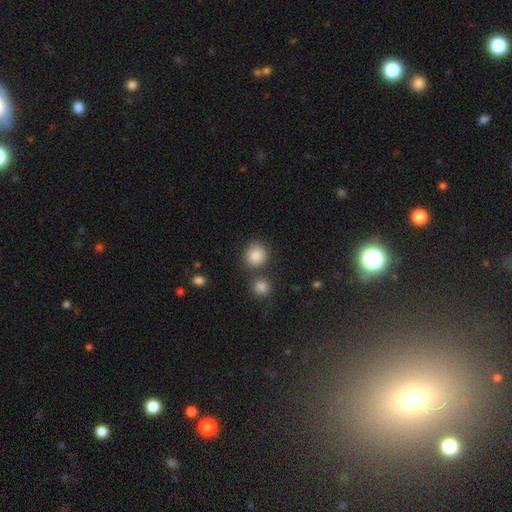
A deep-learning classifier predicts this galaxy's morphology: Smooth or featured: smooth — 87% (star or artifact — 9%)
How rounded: round — 82% (in between — 17%)
Merging: none — 73% (merger — 14%)